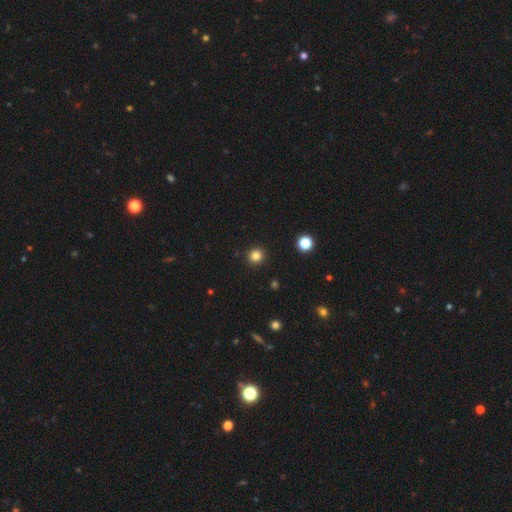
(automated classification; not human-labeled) Smooth or featured?
  - smooth: 83% *
  - star or artifact: 13%
  - featured or disk: 4%
How rounded?
  - round: 95% *
  - in between: 4%
  - cigar-shaped: 1%
Merging?
  - none: 93% *
  - minor disturbance: 4%
  - major disturbance: 2%
  - merger: 1%